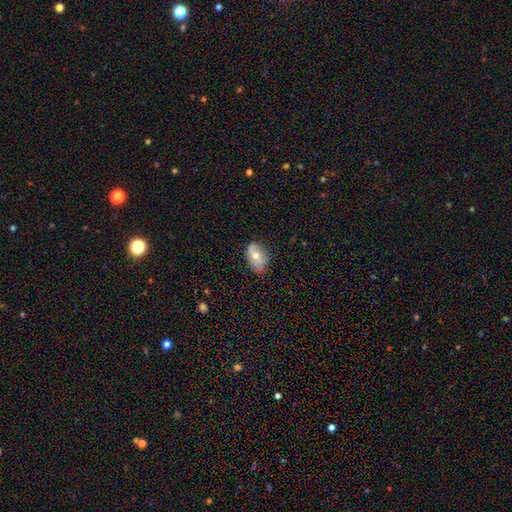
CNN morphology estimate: A smooth galaxy with no disk features (55%) that is in between round and cigar-shaped (82%). Merging: none (66%).